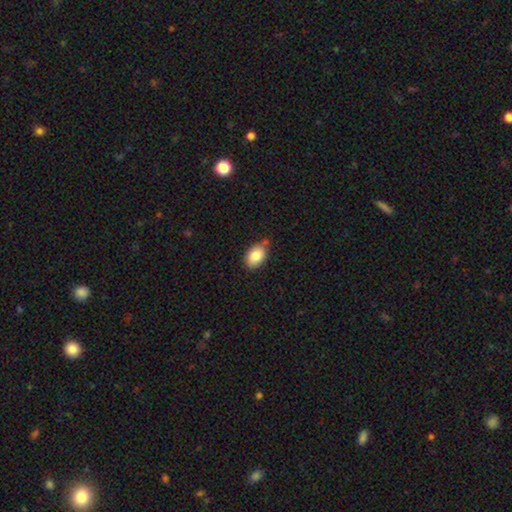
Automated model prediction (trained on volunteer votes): smooth 85%, featured or disk 8%, star or artifact 7%. Down the decision tree: how rounded — in between (86%); merging — none (75%).